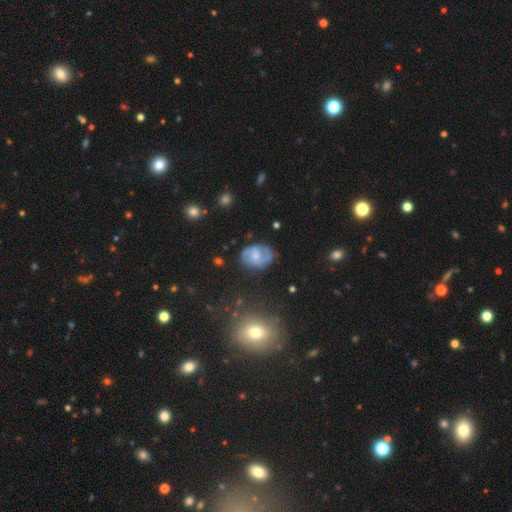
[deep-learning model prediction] Smooth or featured? featured or disk (66%)
Edge-on disk? no (97%)
Bar? no (47%)
Spiral arms? yes (87%)
Spiral winding? medium (48%)
Spiral arm count? 2 (79%)
Bulge size? moderate (42%)
Merging? none (73%)